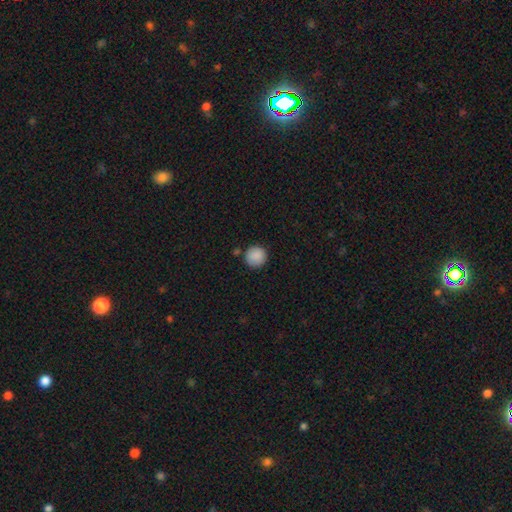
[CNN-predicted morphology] The model was most divided on "merging": none: 85%, minor disturbance: 9%, merger: 3%, major disturbance: 2%. More confident: how rounded — round (94%); smooth or featured — smooth (89%).